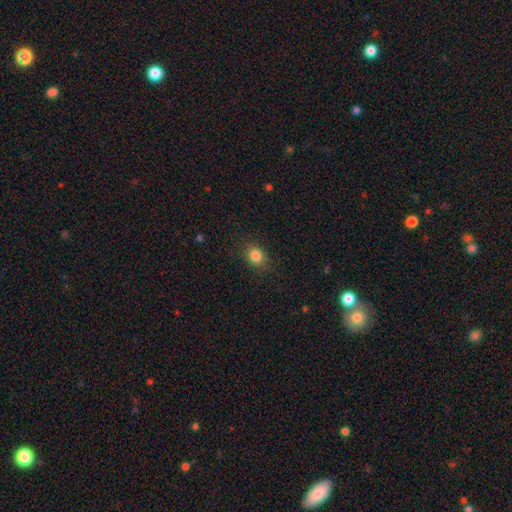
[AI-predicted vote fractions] This is clearly a smooth galaxy (83%). How rounded: possibly round (52%). Merging: clearly none (87%).